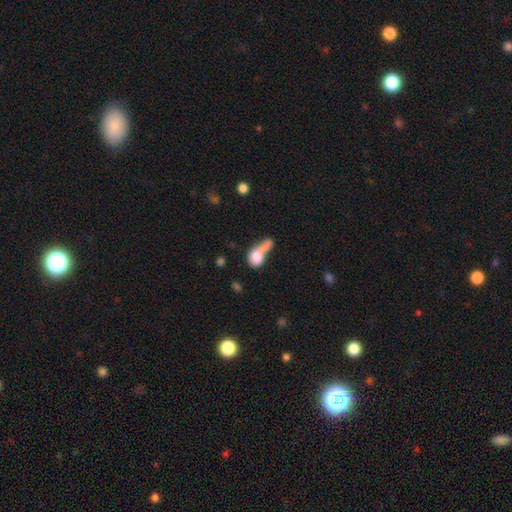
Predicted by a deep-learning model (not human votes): A smooth galaxy with no disk features (72%) that is in between round and cigar-shaped (50%). Merging: merger (56%).